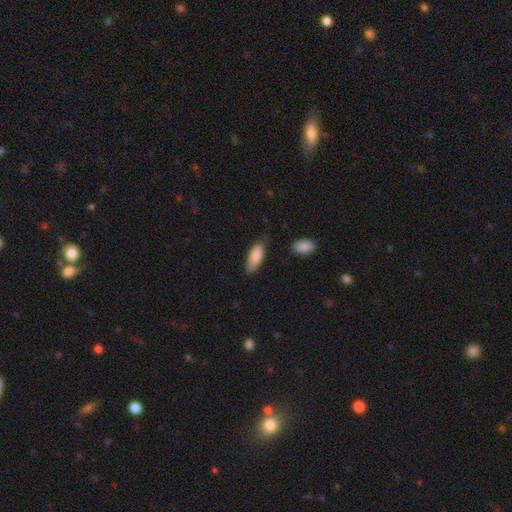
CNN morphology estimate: smooth-or-featured: smooth: 85% | featured or disk: 9% | star or artifact: 6%
  how-rounded: in between: 77% | cigar-shaped: 21% | round: 2%
  merging: none: 69% | minor disturbance: 24% | major disturbance: 4% | merger: 3%